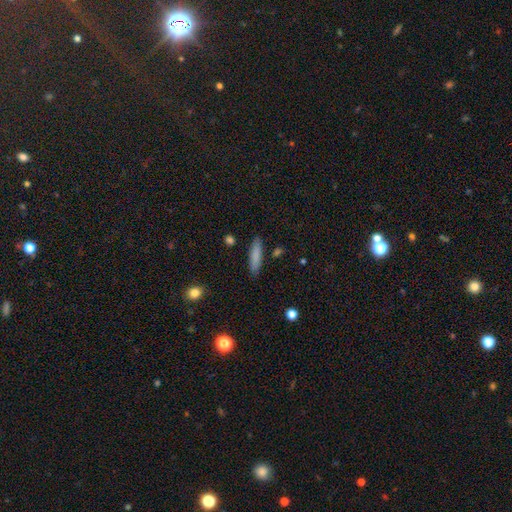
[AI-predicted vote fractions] Smooth or featured? smooth (82%)
How rounded? cigar-shaped (79%)
Merging? none (87%)